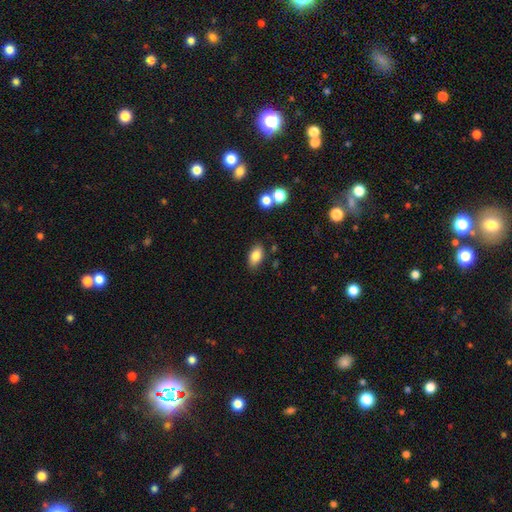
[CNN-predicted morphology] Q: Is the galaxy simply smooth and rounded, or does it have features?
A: smooth — 82%.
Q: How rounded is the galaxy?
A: in between — 90%.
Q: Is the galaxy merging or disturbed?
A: none — 82%.